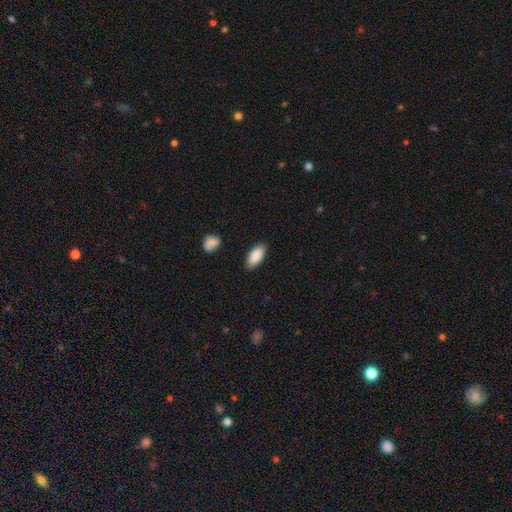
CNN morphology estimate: Smooth or featured?
  - smooth: 88% *
  - star or artifact: 6%
  - featured or disk: 6%
How rounded?
  - in between: 89% *
  - cigar-shaped: 9%
  - round: 2%
Merging?
  - none: 85% *
  - minor disturbance: 12%
  - major disturbance: 2%
  - merger: 2%